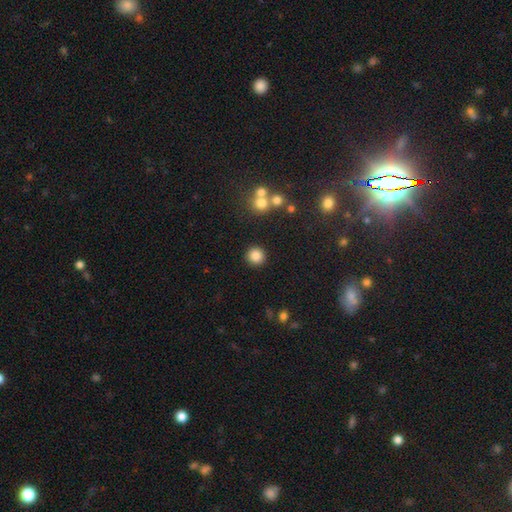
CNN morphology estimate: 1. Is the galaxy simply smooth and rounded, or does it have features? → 84% smooth, 11% star or artifact, 5% featured or disk.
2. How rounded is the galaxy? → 94% round, 5% in between, 1% cigar-shaped.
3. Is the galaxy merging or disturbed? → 89% none, 6% minor disturbance, 3% merger, 2% major disturbance.